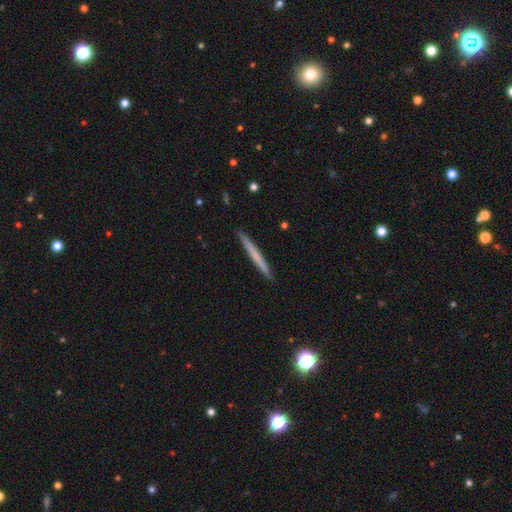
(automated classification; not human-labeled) Smooth or featured: smooth — 59% (featured or disk — 36%)
How rounded: cigar-shaped — 97% (in between — 2%)
Merging: none — 93% (minor disturbance — 5%)